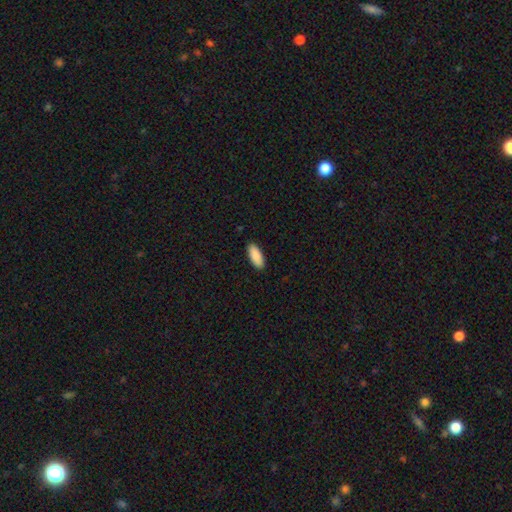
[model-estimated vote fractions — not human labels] Smooth or featured? Predicted: smooth (p=0.90). How rounded? Predicted: in between (p=0.81). Merging? Predicted: none (p=0.90).